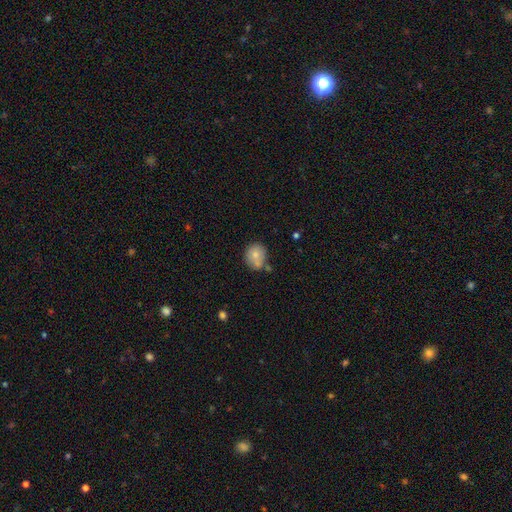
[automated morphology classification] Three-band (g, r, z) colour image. It shows a smooth galaxy with no disk features (77%) that is round (71%). Merging: none (58%).